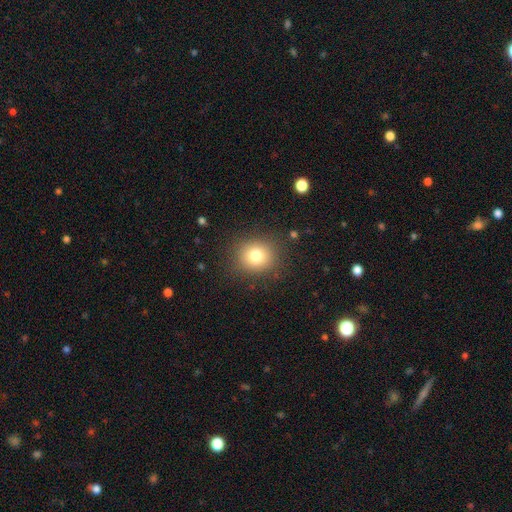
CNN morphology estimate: A smooth galaxy with no disk features (78%) that is round (83%).

Vote fractions:
- Smooth or featured? smooth: 78% / star or artifact: 14% / featured or disk: 8%
- How rounded? round: 83% / in between: 17% / cigar-shaped: 1%
- Merging? none: 89% / minor disturbance: 7% / major disturbance: 3% / merger: 1%